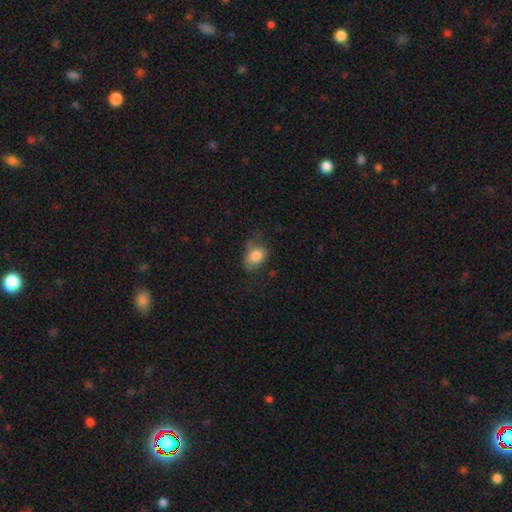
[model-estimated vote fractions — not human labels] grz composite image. It shows a smooth galaxy with no disk features (82%) that is in between round and cigar-shaped (80%). Merging: none (51%).